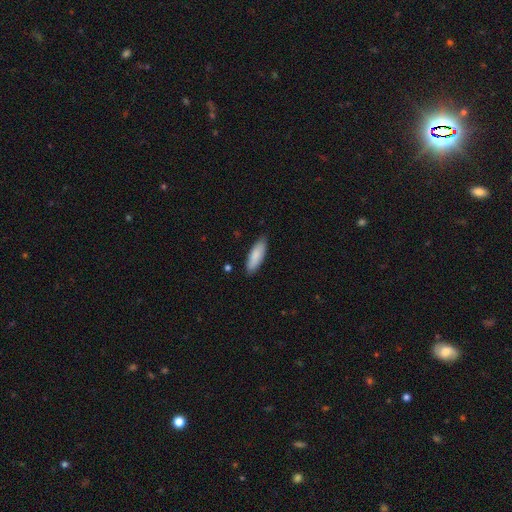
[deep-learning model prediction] Smooth or featured?
  - smooth: 86% *
  - featured or disk: 8%
  - star or artifact: 5%
How rounded?
  - in between: 59% *
  - cigar-shaped: 40%
  - round: 1%
Merging?
  - none: 86% *
  - minor disturbance: 11%
  - major disturbance: 2%
  - merger: 1%